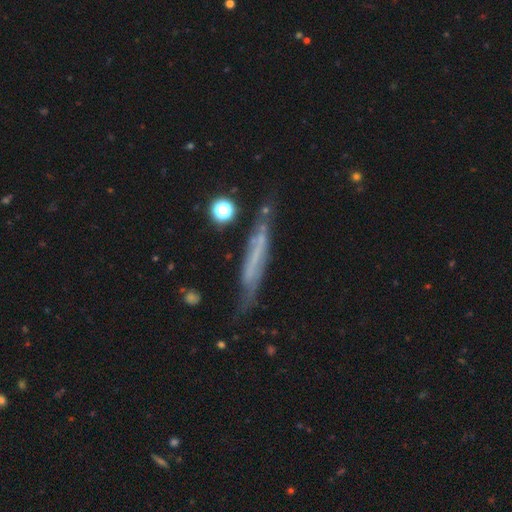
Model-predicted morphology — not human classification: Smooth or featured? featured or disk (57%)
Edge-on disk? yes (76%)
Merging? none (62%)